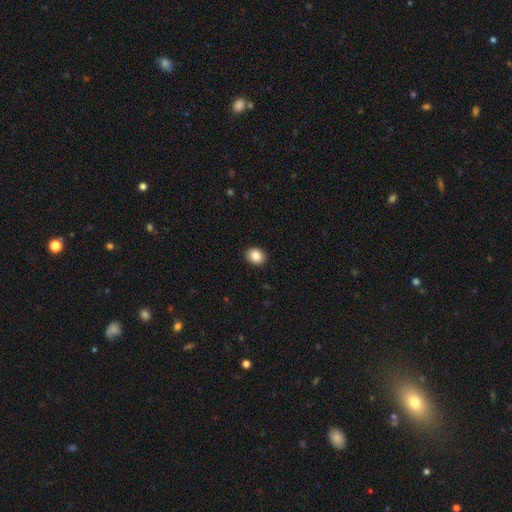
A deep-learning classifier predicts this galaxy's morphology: The model was most divided on "how rounded": in between: 50%, round: 49%, cigar-shaped: 1%. More confident: merging — none (92%); smooth or featured — smooth (86%).